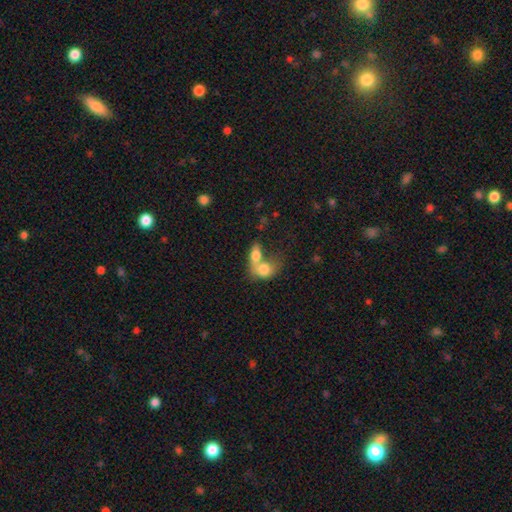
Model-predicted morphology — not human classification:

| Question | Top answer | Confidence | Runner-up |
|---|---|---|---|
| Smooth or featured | smooth | 75% | featured or disk (17%) |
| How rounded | in between | 73% | round (24%) |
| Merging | merger | 75% | none (13%) |